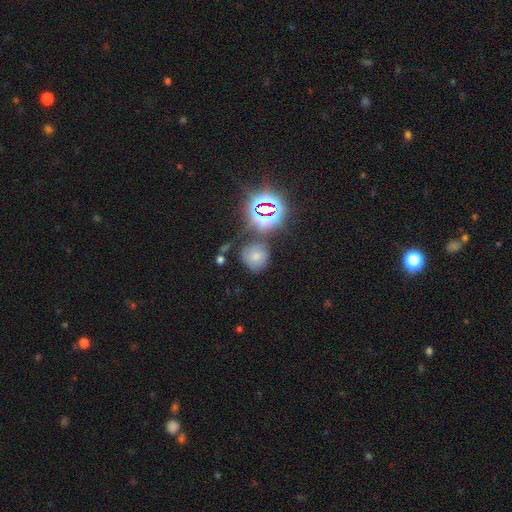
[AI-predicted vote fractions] Smooth or featured?
  - smooth: 56% *
  - star or artifact: 27%
  - featured or disk: 17%
How rounded?
  - round: 83% *
  - in between: 16%
  - cigar-shaped: 1%
Merging?
  - none: 64% *
  - minor disturbance: 19%
  - merger: 9%
  - major disturbance: 8%